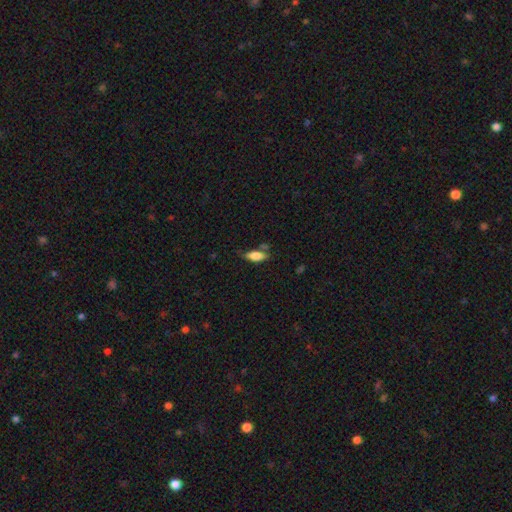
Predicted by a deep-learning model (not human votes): Smooth or featured: smooth — 77% (featured or disk — 16%)
How rounded: in between — 73% (cigar-shaped — 25%)
Merging: none — 63% (minor disturbance — 22%)